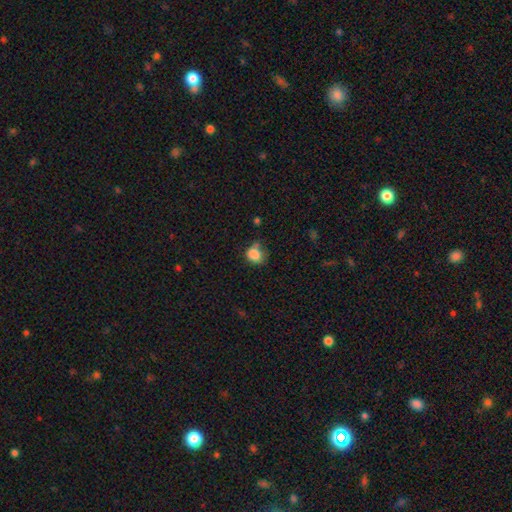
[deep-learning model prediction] Smooth or featured? Predicted: smooth (p=0.84). How rounded? Predicted: round (p=0.62). Merging? Predicted: none (p=0.47).